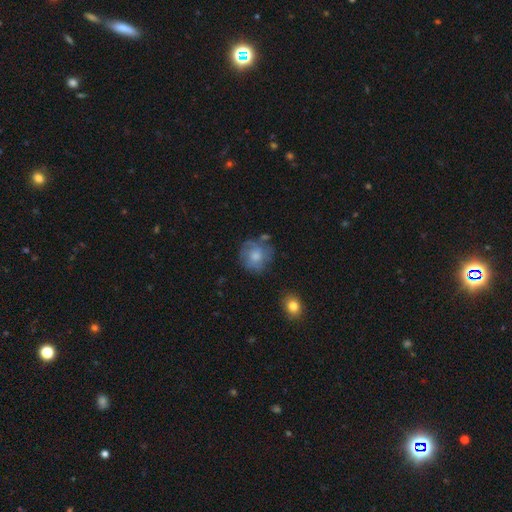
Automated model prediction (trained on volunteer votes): This appears to be a smooth galaxy with no disk features (56%) that is round (82%). Merging: none (61%).